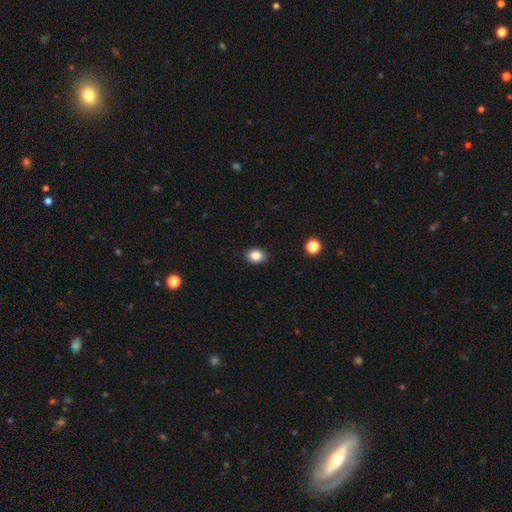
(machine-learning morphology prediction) The model was most divided on "how rounded": in between: 64%, round: 35%, cigar-shaped: 1%. More confident: merging — none (90%); smooth or featured — smooth (86%).